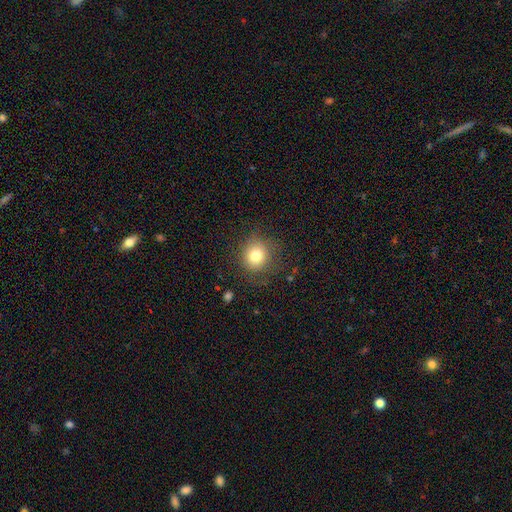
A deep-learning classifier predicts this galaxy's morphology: A smooth galaxy with no disk features (78%) that is round (87%).

Vote fractions:
- Smooth or featured? smooth: 78% / star or artifact: 12% / featured or disk: 10%
- How rounded? round: 87% / in between: 12% / cigar-shaped: 1%
- Merging? none: 78% / minor disturbance: 14% / major disturbance: 6% / merger: 1%